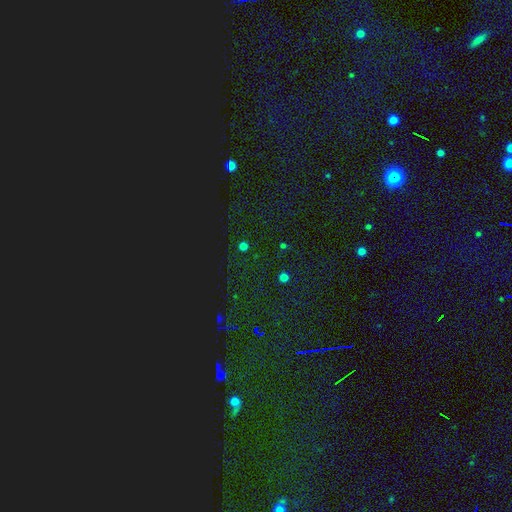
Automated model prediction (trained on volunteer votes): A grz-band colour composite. It shows a star or artifact, not a galaxy (79%).